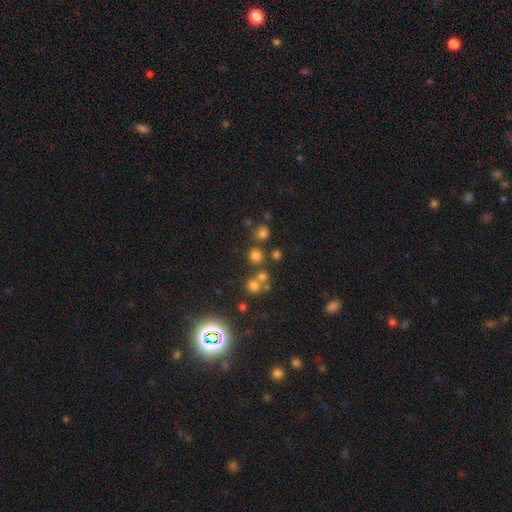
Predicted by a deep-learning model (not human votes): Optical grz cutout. It shows a smooth galaxy with no disk features (68%) that is round (90%). Merging: none (71%).